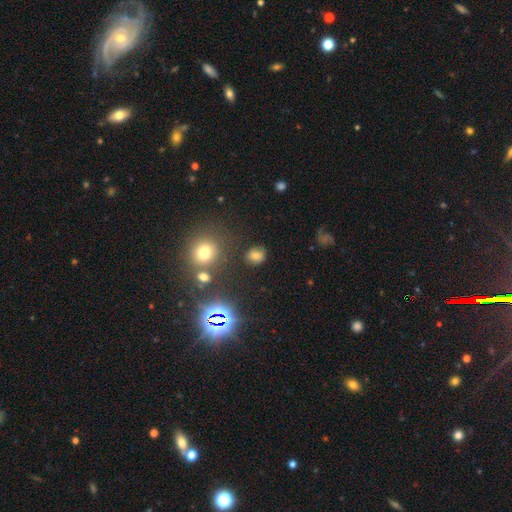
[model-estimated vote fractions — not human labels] The model was most divided on "how rounded": round: 66%, in between: 33%, cigar-shaped: 1%. More confident: merging — none (79%); smooth or featured — smooth (67%).